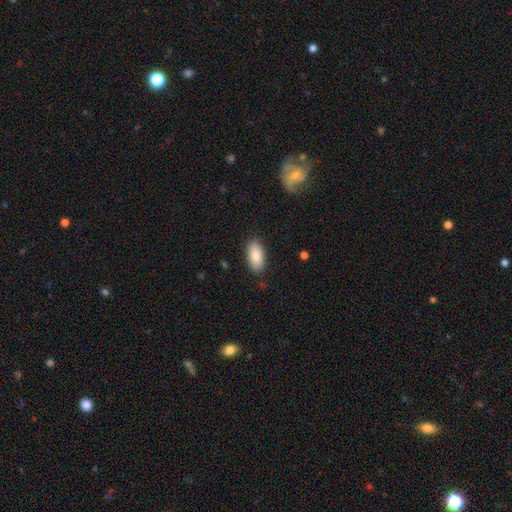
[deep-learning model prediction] Q: Smooth or featured?
A: smooth (83%); runner-up: featured or disk (11%)
Q: How rounded?
A: in between (92%); runner-up: cigar-shaped (5%)
Q: Merging?
A: none (86%); runner-up: minor disturbance (10%)